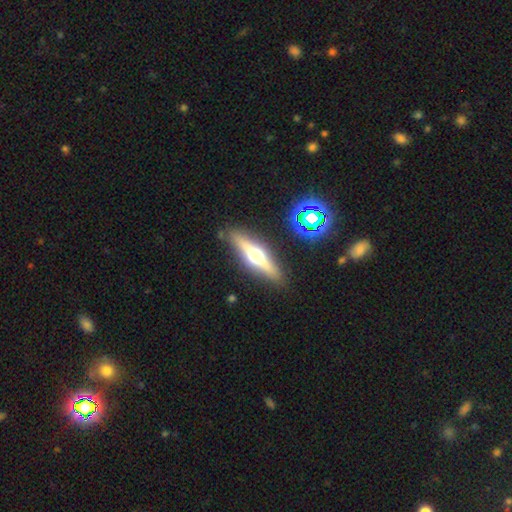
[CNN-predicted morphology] Q: Smooth or featured?
A: featured or disk (66%); runner-up: smooth (26%)
Q: Edge-on disk?
A: yes (94%); runner-up: no (6%)
Q: Edge-on bulge?
A: rounded (95%); runner-up: boxy (3%)
Q: Merging?
A: none (87%); runner-up: minor disturbance (9%)